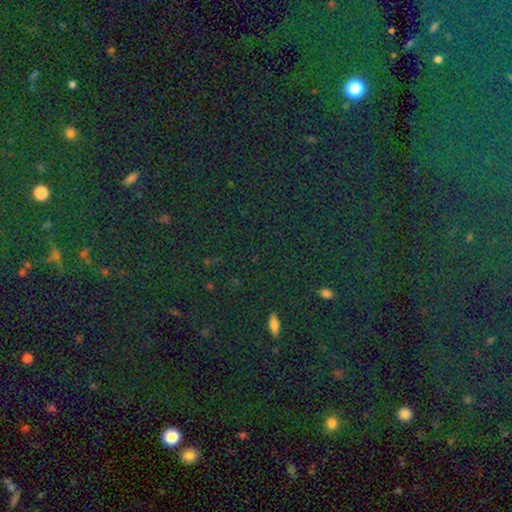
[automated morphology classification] A star or artifact, not a galaxy (81%).